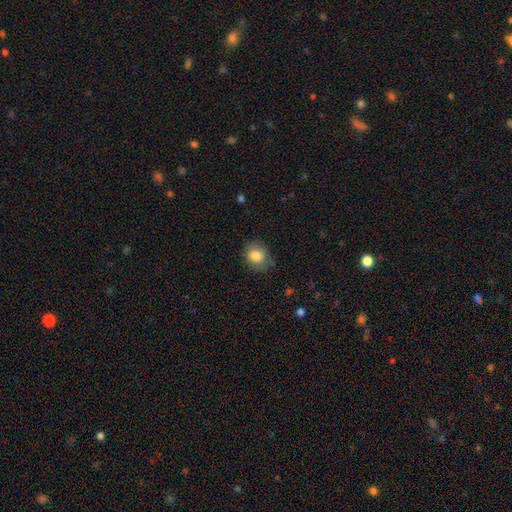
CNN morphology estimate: Smooth or featured? smooth (82%)
How rounded? round (61%)
Merging? none (70%)